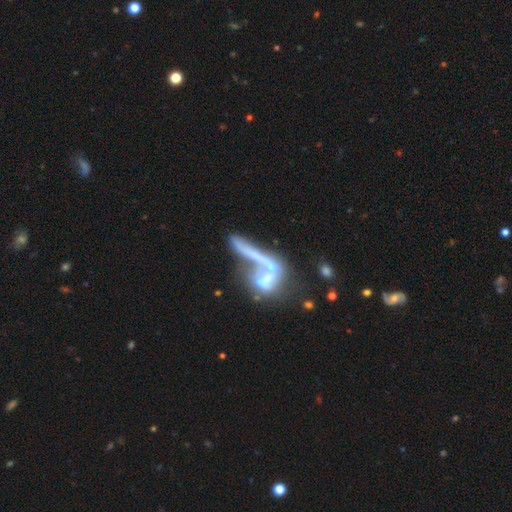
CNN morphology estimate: Smooth or featured?
  - featured or disk: 56% *
  - smooth: 31%
  - star or artifact: 13%
Edge-on disk?
  - no: 72% *
  - yes: 28%
Merging?
  - merger: 52% *
  - major disturbance: 22%
  - none: 17%
  - minor disturbance: 8%